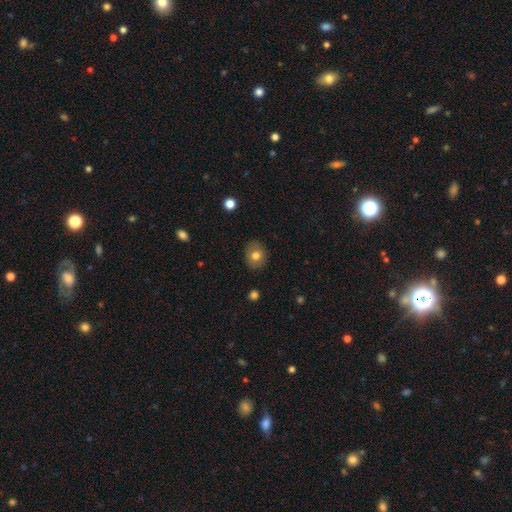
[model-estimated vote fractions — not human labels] smooth 77%, featured or disk 13%, star or artifact 10%. Down the decision tree: how rounded — round (60%); merging — none (87%).